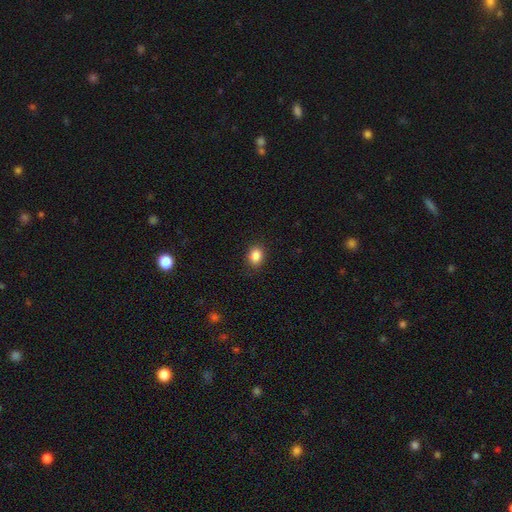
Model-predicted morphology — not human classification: Q: Smooth or featured?
A: smooth (86%); runner-up: star or artifact (10%)
Q: How rounded?
A: in between (55%); runner-up: round (44%)
Q: Merging?
A: none (88%); runner-up: minor disturbance (9%)